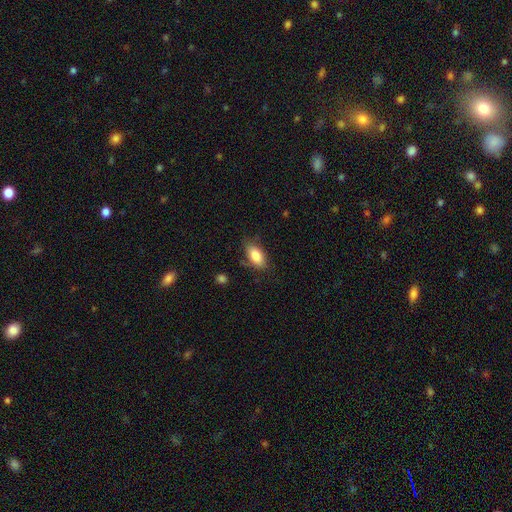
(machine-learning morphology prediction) type=smooth (84%); roundness=in between (90%); merging=none (73%).